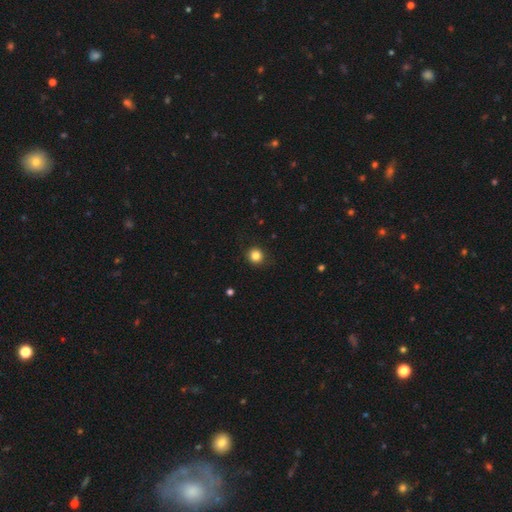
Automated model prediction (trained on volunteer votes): smooth-or-featured: smooth: 84% | star or artifact: 12% | featured or disk: 5%
  how-rounded: round: 92% | in between: 7% | cigar-shaped: 1%
  merging: none: 90% | minor disturbance: 7% | major disturbance: 2% | merger: 1%